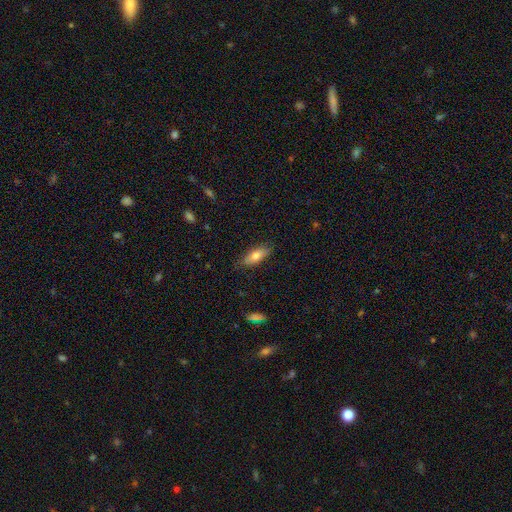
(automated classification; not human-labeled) This appears to be a smooth galaxy with no disk features (72%) that is in between round and cigar-shaped (68%). Merging: none (81%).